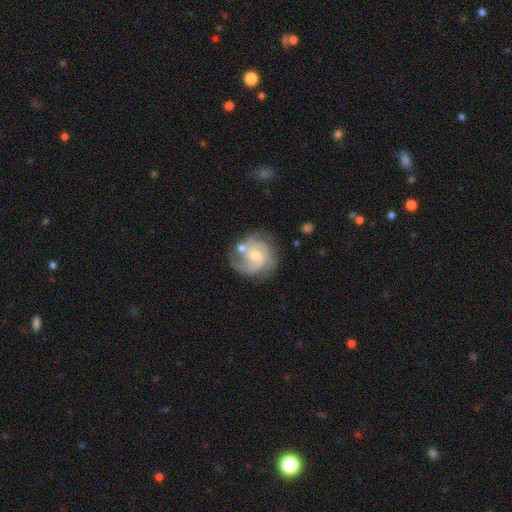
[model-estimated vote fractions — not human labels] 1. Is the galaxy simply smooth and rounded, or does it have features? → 83% featured or disk, 12% smooth, 6% star or artifact.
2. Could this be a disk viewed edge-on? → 98% no, 2% yes.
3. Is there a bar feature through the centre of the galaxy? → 61% no, 35% weak, 5% strong.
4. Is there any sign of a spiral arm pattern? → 95% yes, 5% no.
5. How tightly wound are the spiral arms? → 46% medium, 40% tight, 14% loose.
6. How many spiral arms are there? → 41% 3, 25% 2, 16% can't tell, 8% 4, 6% 1, 4% more than 4.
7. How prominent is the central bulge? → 52% small, 42% moderate, 3% none, 2% large, 1% dominant.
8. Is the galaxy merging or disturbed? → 62% none, 18% minor disturbance, 10% merger, 10% major disturbance.